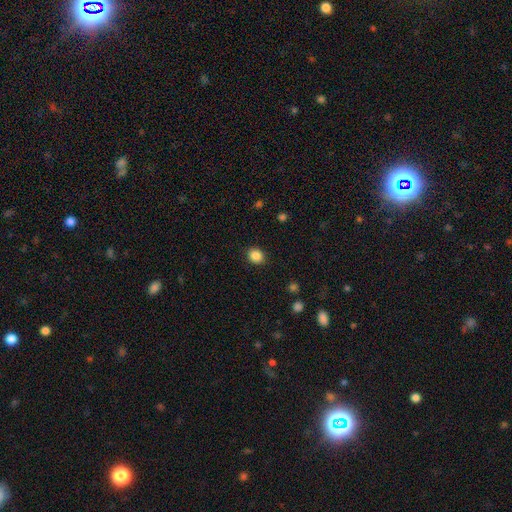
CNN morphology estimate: This appears to be a smooth galaxy with no disk features (86%) that is round (67%). Merging: none (89%).